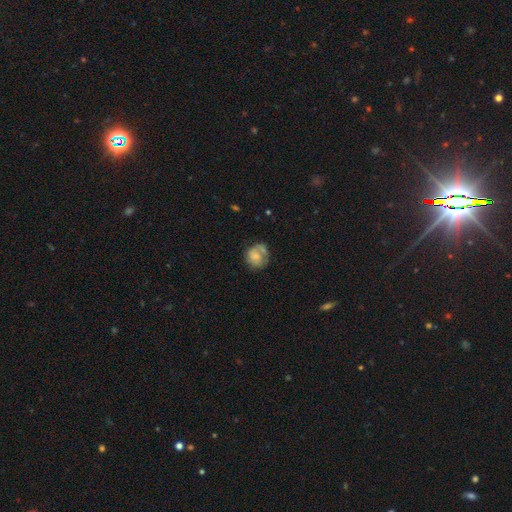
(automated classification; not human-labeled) The model was most divided on "smooth or featured": smooth: 55%, featured or disk: 37%, star or artifact: 8%. Remaining: how rounded — round (72%); merging — none (49%).